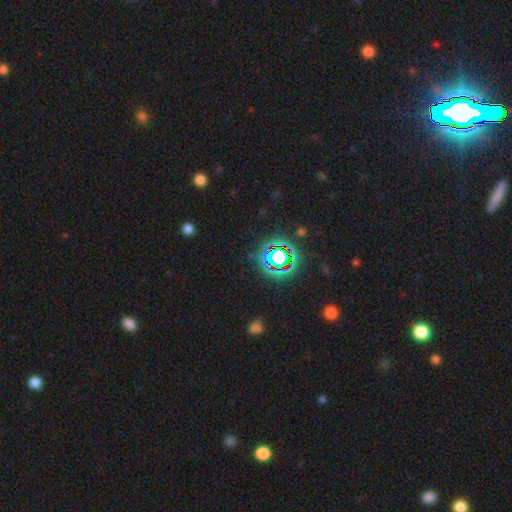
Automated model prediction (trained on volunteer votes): A star or artifact, not a galaxy (77%).